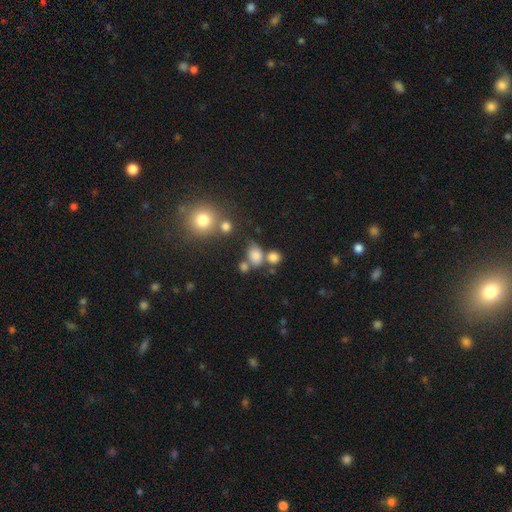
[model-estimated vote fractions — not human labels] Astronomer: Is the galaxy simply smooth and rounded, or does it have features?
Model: smooth — 76%.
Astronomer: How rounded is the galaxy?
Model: in between — 54% (runner-up: round, 45%).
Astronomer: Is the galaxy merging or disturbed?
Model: none — 46% (runner-up: merger, 30%).